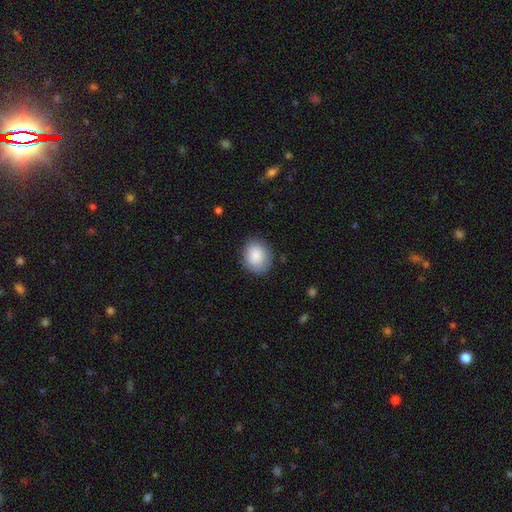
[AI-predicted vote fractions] smooth_or_featured: smooth (p=0.86) [alt: featured or disk p=0.07]
how_rounded: round (p=0.59) [alt: in between p=0.40]
merging: none (p=0.82) [alt: minor disturbance p=0.14]